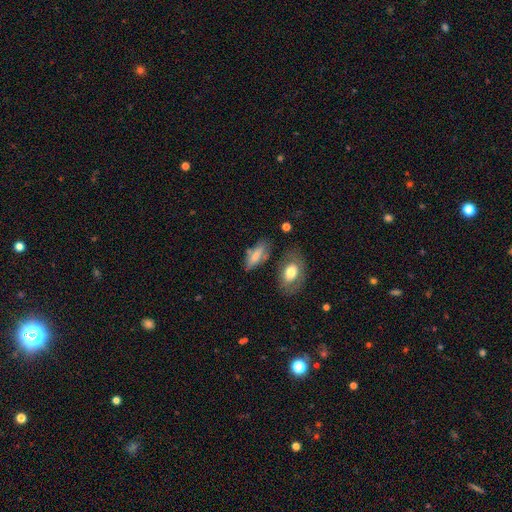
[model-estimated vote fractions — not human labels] Smooth or featured: smooth — 69% (featured or disk — 22%)
How rounded: in between — 71% (cigar-shaped — 26%)
Merging: none — 61% (minor disturbance — 22%)